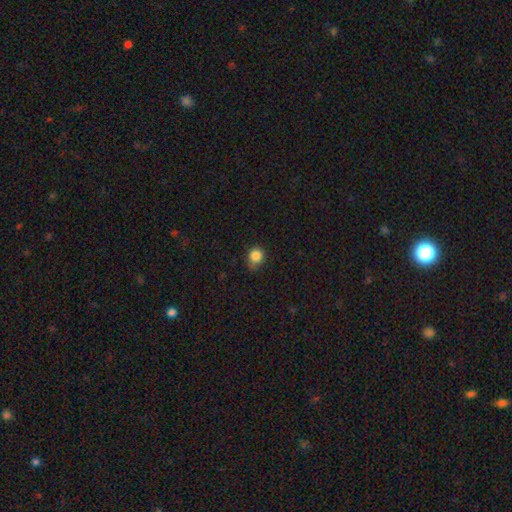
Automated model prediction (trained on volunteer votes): A smooth galaxy with no disk features (85%) that is round (78%).

Vote fractions:
- Smooth or featured? smooth: 85% / star or artifact: 10% / featured or disk: 5%
- How rounded? round: 78% / in between: 21% / cigar-shaped: 1%
- Merging? none: 62% / minor disturbance: 30% / major disturbance: 6% / merger: 2%